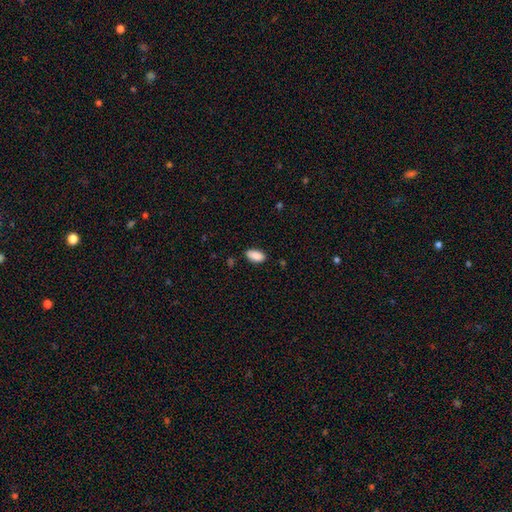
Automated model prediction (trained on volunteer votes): Smooth or featured?
  - smooth: 89% *
  - star or artifact: 7%
  - featured or disk: 4%
How rounded?
  - in between: 93% *
  - cigar-shaped: 4%
  - round: 3%
Merging?
  - none: 83% *
  - minor disturbance: 13%
  - major disturbance: 2%
  - merger: 1%